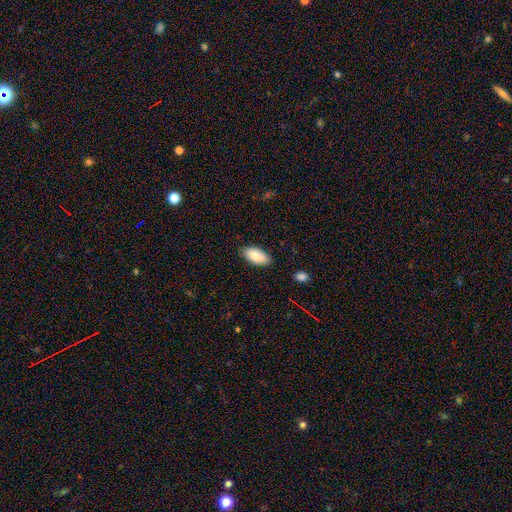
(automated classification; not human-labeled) A smooth galaxy with no disk features (84%) that is in between round and cigar-shaped (94%).

Vote fractions:
- Smooth or featured? smooth: 84% / featured or disk: 10% / star or artifact: 6%
- How rounded? in between: 94% / cigar-shaped: 3% / round: 2%
- Merging? none: 83% / minor disturbance: 13% / major disturbance: 2% / merger: 1%